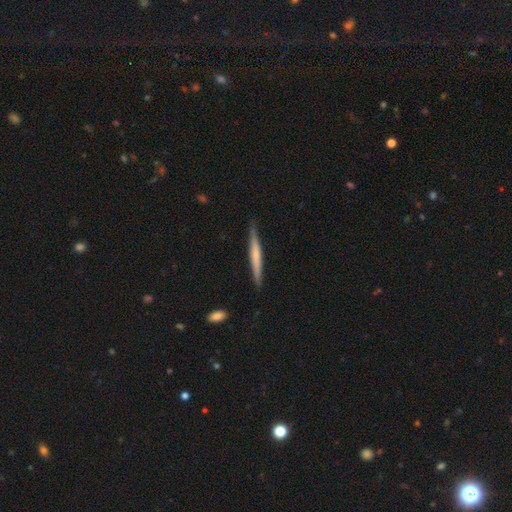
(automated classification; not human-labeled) Q: Smooth or featured?
A: smooth (51%); runner-up: featured or disk (44%)
Q: How rounded?
A: cigar-shaped (96%); runner-up: in between (2%)
Q: Merging?
A: none (87%); runner-up: minor disturbance (10%)